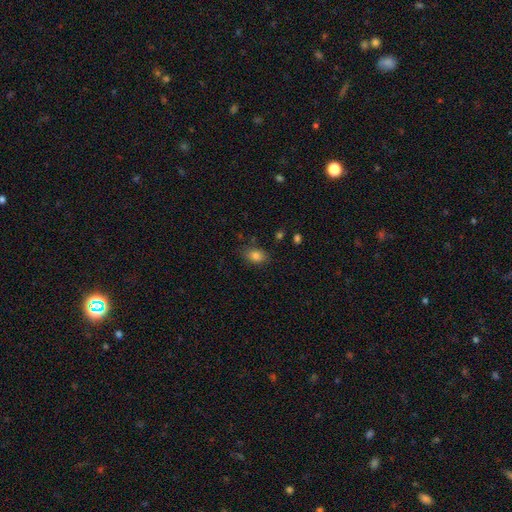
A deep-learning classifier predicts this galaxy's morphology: This is clearly a smooth galaxy (82%). How rounded: likely in between (76%). Merging: likely none (79%).